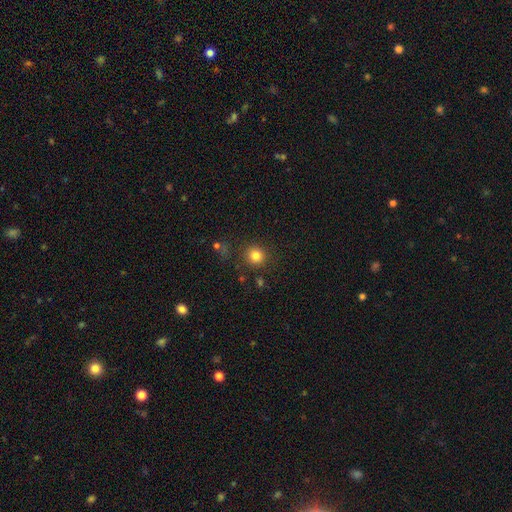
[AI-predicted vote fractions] Overall: smooth (82%). How rounded: round (88%). Merging: none (86%).